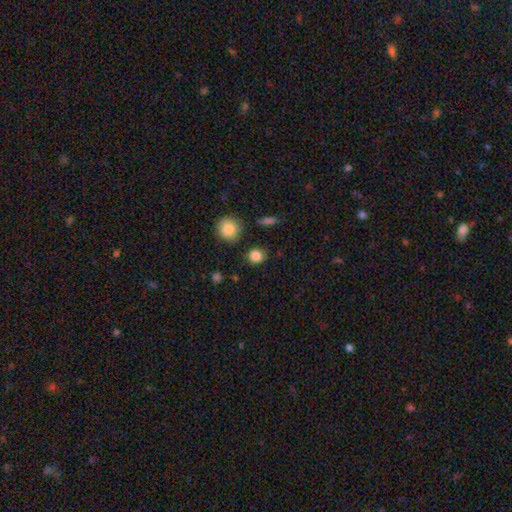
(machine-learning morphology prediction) smooth_or_featured: smooth (p=0.85) [alt: star or artifact p=0.11]
how_rounded: round (p=0.79) [alt: in between p=0.20]
merging: none (p=0.85) [alt: minor disturbance p=0.09]